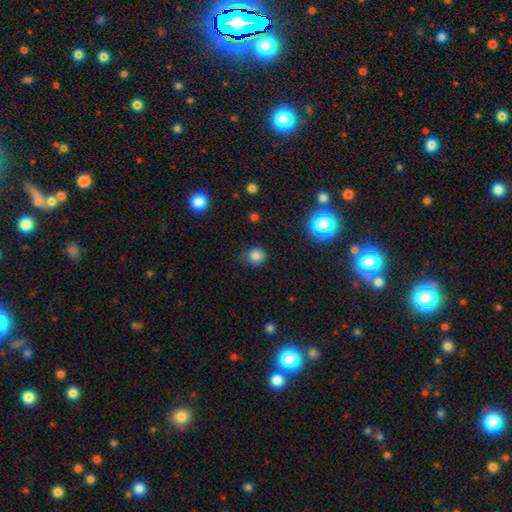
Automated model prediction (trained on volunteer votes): Q: Smooth or featured?
A: smooth (81%); runner-up: star or artifact (15%)
Q: How rounded?
A: round (85%); runner-up: in between (14%)
Q: Merging?
A: none (72%); runner-up: minor disturbance (21%)